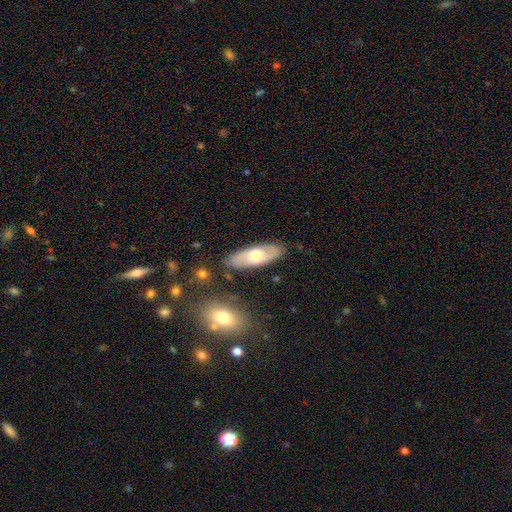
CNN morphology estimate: Smooth or featured? featured or disk (49%)
Merging? none (83%)